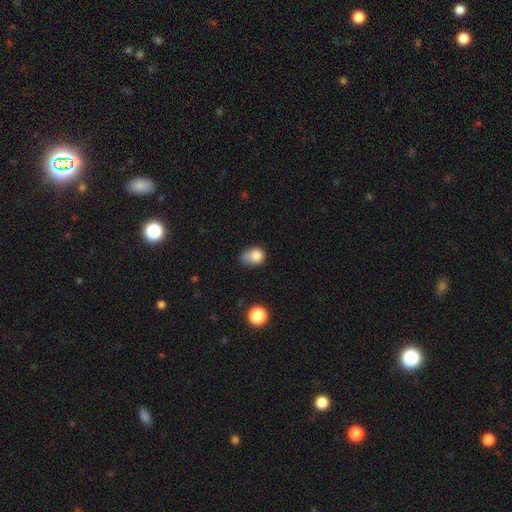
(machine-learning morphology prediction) smooth 80%, star or artifact 11%, featured or disk 9%. Down the decision tree: how rounded — in between (55%); merging — minor disturbance (40%).